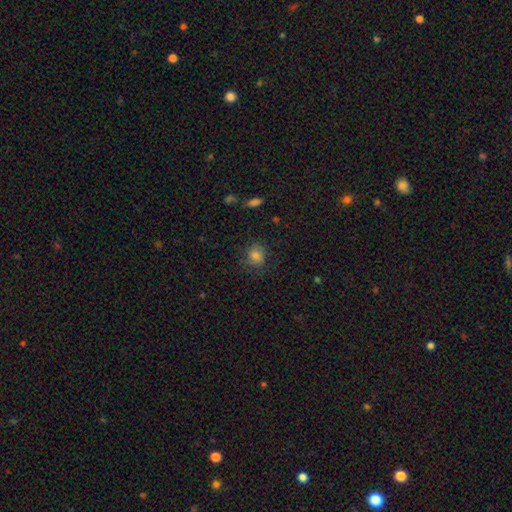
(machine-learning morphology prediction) The model was most divided on "how rounded": round: 65%, in between: 34%, cigar-shaped: 1%. More confident: smooth or featured — smooth (77%); merging — none (74%).